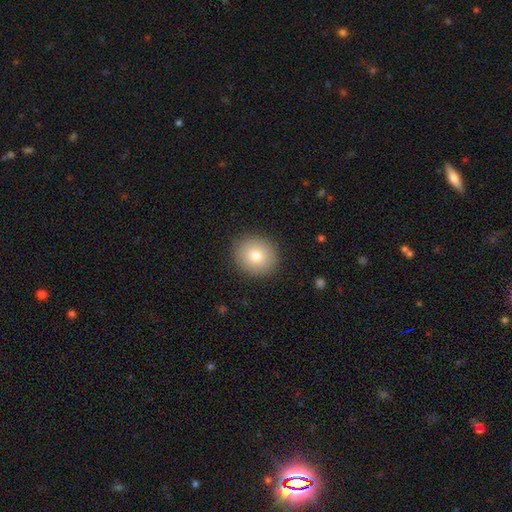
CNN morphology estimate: A smooth galaxy with no disk features (78%) that is round (88%).

Vote fractions:
- Smooth or featured? smooth: 78% / featured or disk: 12% / star or artifact: 11%
- How rounded? round: 88% / in between: 11% / cigar-shaped: 1%
- Merging? none: 90% / minor disturbance: 7% / major disturbance: 2% / merger: 1%